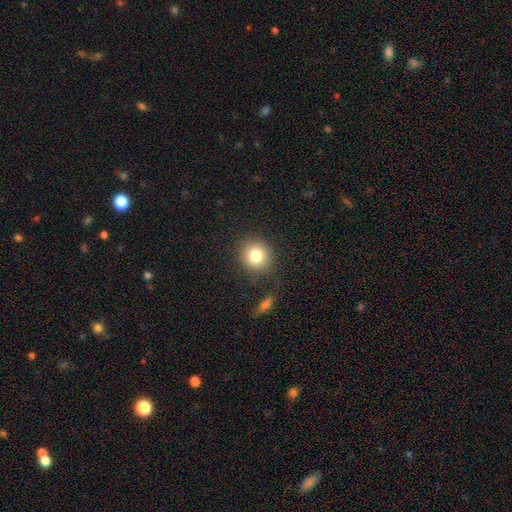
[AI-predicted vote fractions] Smooth or featured?
  - smooth: 80% *
  - star or artifact: 11%
  - featured or disk: 8%
How rounded?
  - round: 89% *
  - in between: 10%
  - cigar-shaped: 1%
Merging?
  - none: 83% *
  - minor disturbance: 10%
  - major disturbance: 4%
  - merger: 3%